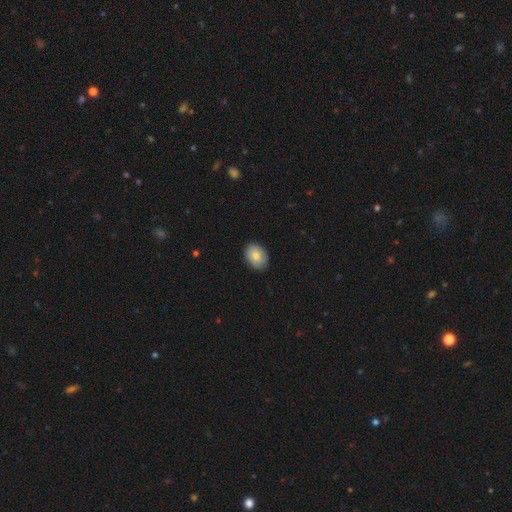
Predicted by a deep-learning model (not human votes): A smooth galaxy with no disk features (82%) that is in between round and cigar-shaped (70%). Merging: none (87%).